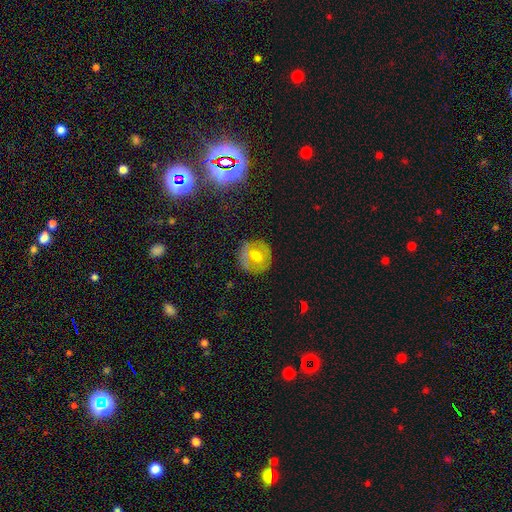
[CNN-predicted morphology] Overall: smooth (48%; featured or disk 42%). Merging: none (77%).